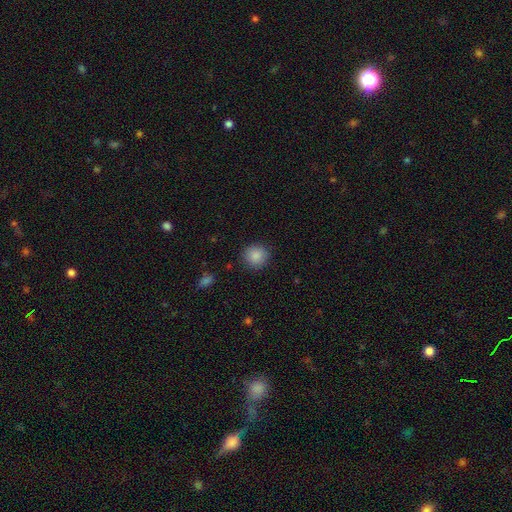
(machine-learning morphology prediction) smooth-or-featured: smooth: 87% | star or artifact: 9% | featured or disk: 4%
  how-rounded: round: 91% | in between: 8% | cigar-shaped: 1%
  merging: none: 89% | minor disturbance: 7% | major disturbance: 2% | merger: 1%